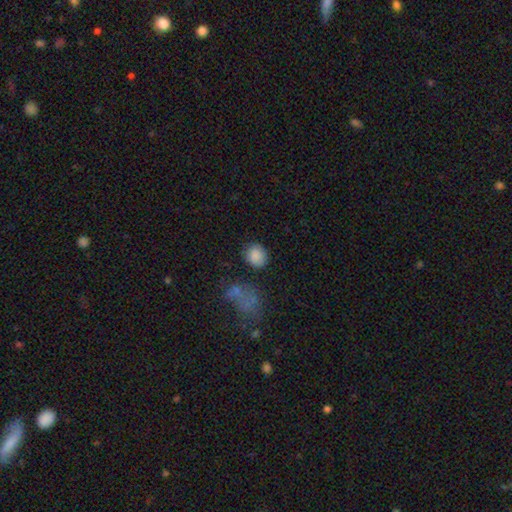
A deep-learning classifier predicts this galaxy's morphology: smooth-or-featured: smooth: 86% | star or artifact: 9% | featured or disk: 5%
  how-rounded: round: 68% | in between: 31% | cigar-shaped: 1%
  merging: none: 78% | minor disturbance: 13% | major disturbance: 5% | merger: 4%